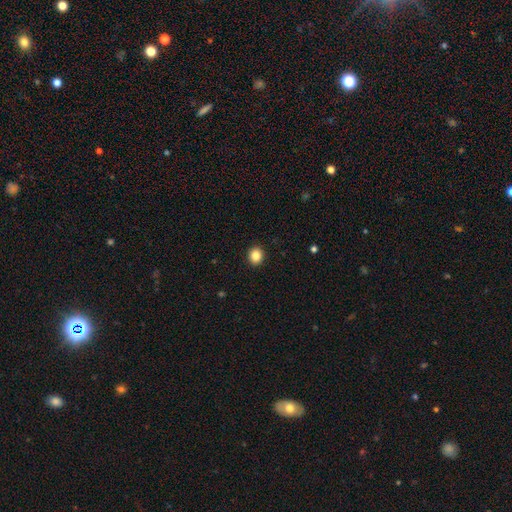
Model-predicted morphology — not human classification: Overall: smooth (86%). How rounded: round (80%). Merging: none (93%).